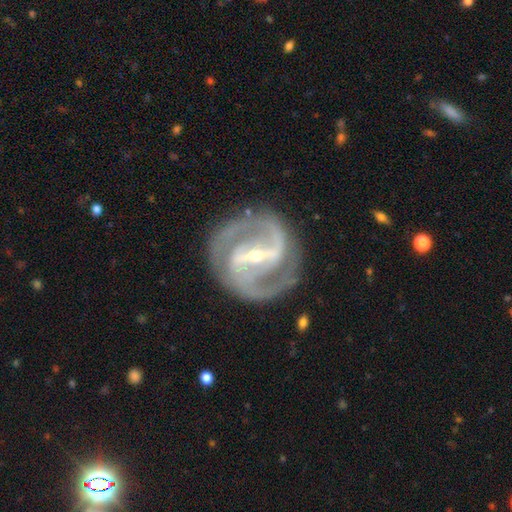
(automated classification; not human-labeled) Smooth or featured? Predicted: featured or disk (p=0.91). Edge-on disk? Predicted: no (p=0.96). Bar? Predicted: strong (p=0.74). Spiral arms? Predicted: yes (p=0.96). Spiral winding? Predicted: medium (p=0.49). Spiral arm count? Predicted: 2 (p=0.86). Bulge size? Predicted: small (p=0.71). Merging? Predicted: none (p=0.81).